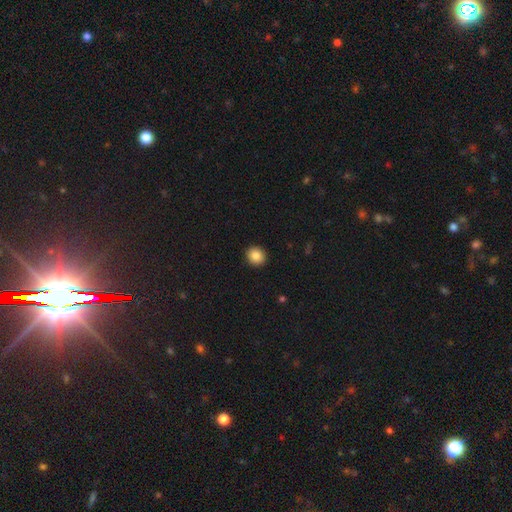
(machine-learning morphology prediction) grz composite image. It shows a smooth galaxy with no disk features (86%) that is round (80%). Merging: none (92%).